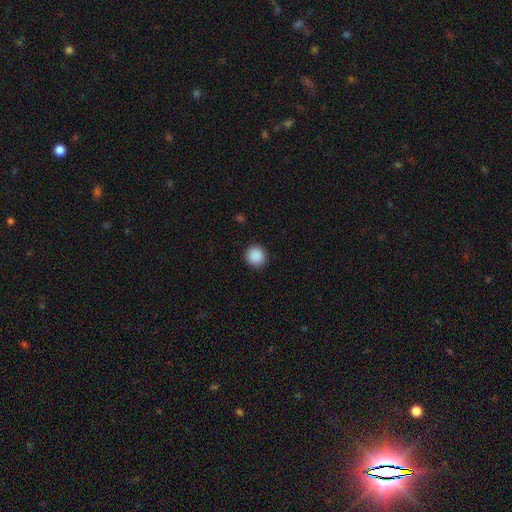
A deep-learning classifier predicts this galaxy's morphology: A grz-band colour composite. It shows a smooth galaxy with no disk features (89%) that is round (91%). Merging: none (92%).